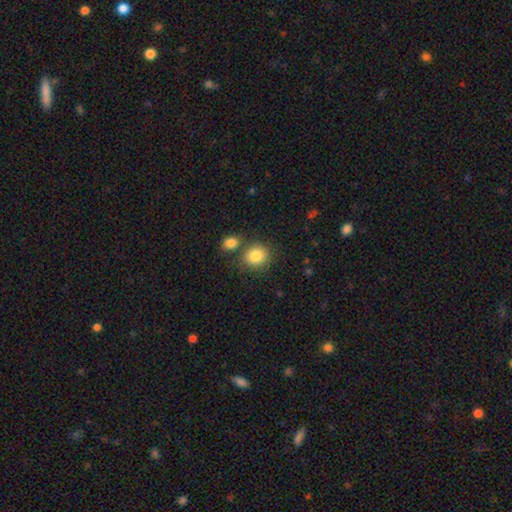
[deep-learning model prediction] smooth 85%, star or artifact 9%, featured or disk 6%. Down the decision tree: how rounded — round (78%); merging — none (68%).